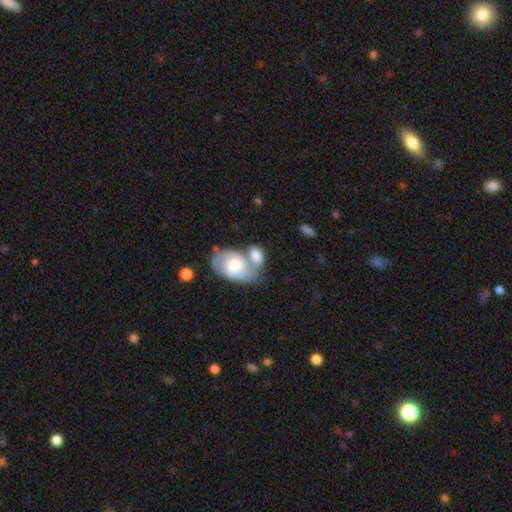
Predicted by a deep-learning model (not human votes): A featured or disk galaxy (58%) with no bar (65%), spiral arms (84%) and a moderate central bulge (55%). Merging: merger (59%).